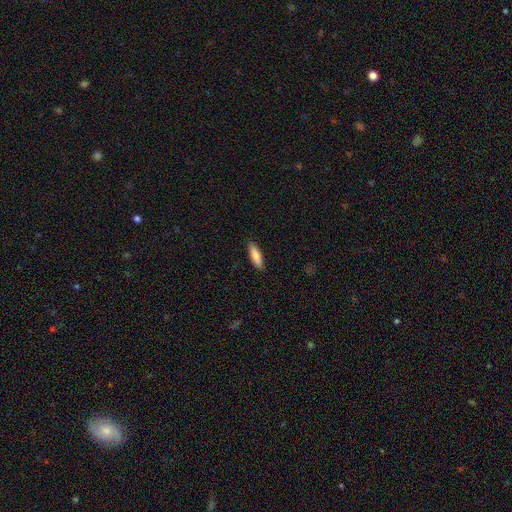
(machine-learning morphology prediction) The model was most divided on "how rounded": cigar-shaped: 54%, in between: 44%, round: 2%. More confident: merging — none (89%); smooth or featured — smooth (83%).